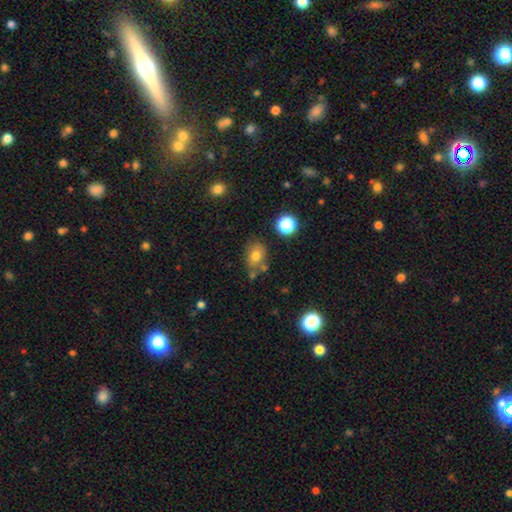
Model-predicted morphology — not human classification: Smooth or featured? Predicted: smooth (p=0.74). How rounded? Predicted: in between (p=0.62). Merging? Predicted: none (p=0.66).